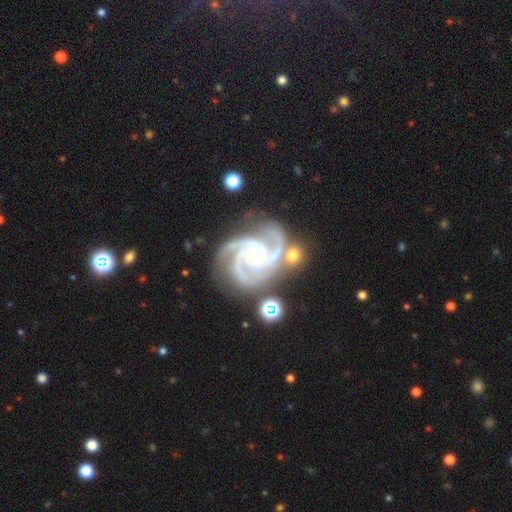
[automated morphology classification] Smooth or featured? Predicted: featured or disk (p=0.94). Edge-on disk? Predicted: no (p=0.98). Bar? Predicted: no (p=0.68). Spiral arms? Predicted: yes (p=0.99). Spiral winding? Predicted: tight (p=0.59). Spiral arm count? Predicted: 3 (p=0.66). Bulge size? Predicted: small (p=0.56). Merging? Predicted: none (p=0.62).